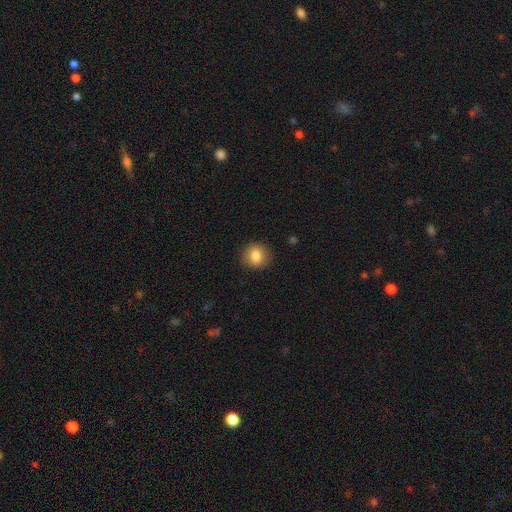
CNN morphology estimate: smooth 83%, star or artifact 9%, featured or disk 8%. Down the decision tree: how rounded — round (80%); merging — none (88%).